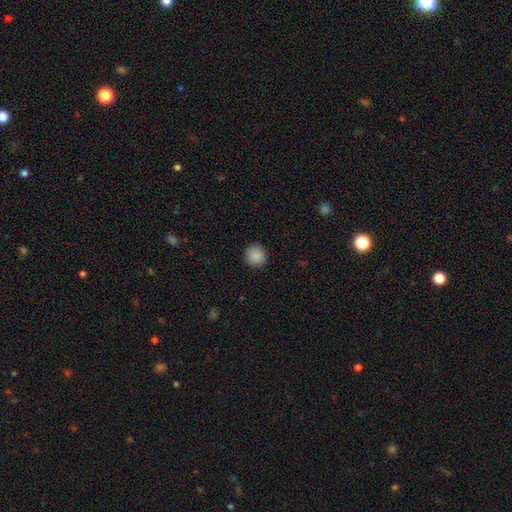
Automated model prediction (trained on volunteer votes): Smooth or featured? Predicted: smooth (p=0.88). How rounded? Predicted: round (p=0.93). Merging? Predicted: none (p=0.91).